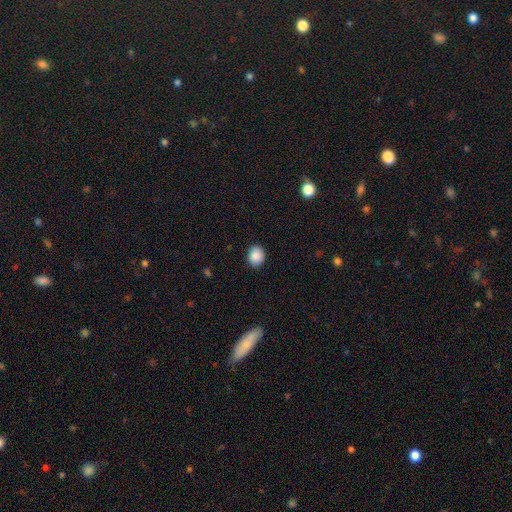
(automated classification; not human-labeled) The model was most divided on "how rounded": round: 65%, in between: 34%, cigar-shaped: 1%. More confident: merging — none (89%); smooth or featured — smooth (89%).